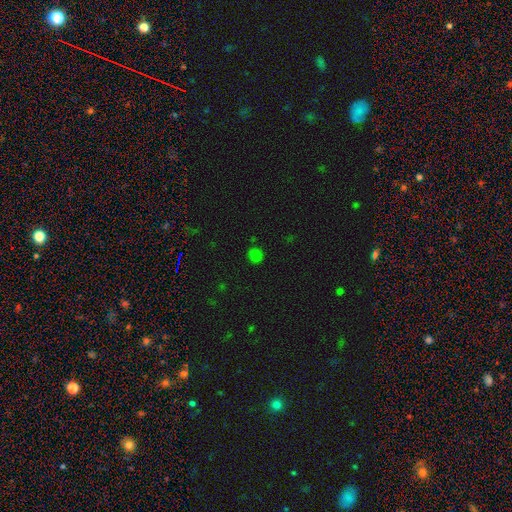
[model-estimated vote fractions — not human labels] Smooth or featured?
  - smooth: 73% *
  - star or artifact: 23%
  - featured or disk: 4%
How rounded?
  - round: 88% *
  - in between: 10%
  - cigar-shaped: 1%
Merging?
  - none: 82% *
  - minor disturbance: 11%
  - major disturbance: 3%
  - merger: 3%